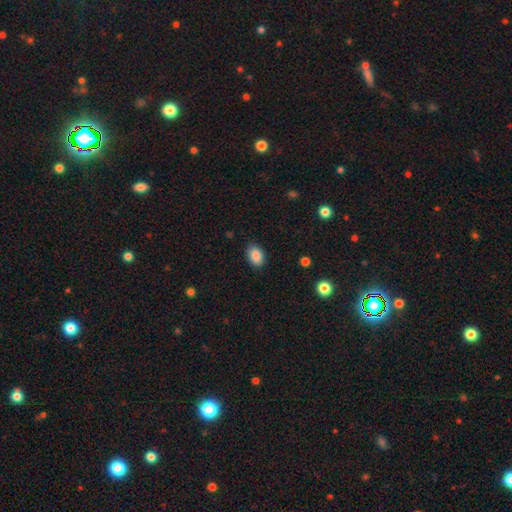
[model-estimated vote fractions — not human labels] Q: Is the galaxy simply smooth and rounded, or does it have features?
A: smooth — 88%.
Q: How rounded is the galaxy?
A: in between — 83%.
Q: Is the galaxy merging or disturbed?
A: none — 86%.